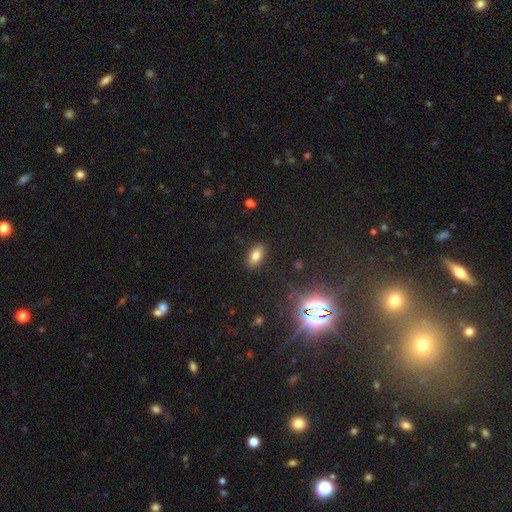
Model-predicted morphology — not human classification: Overall: smooth (76%). How rounded: in between (90%). Merging: none (88%).